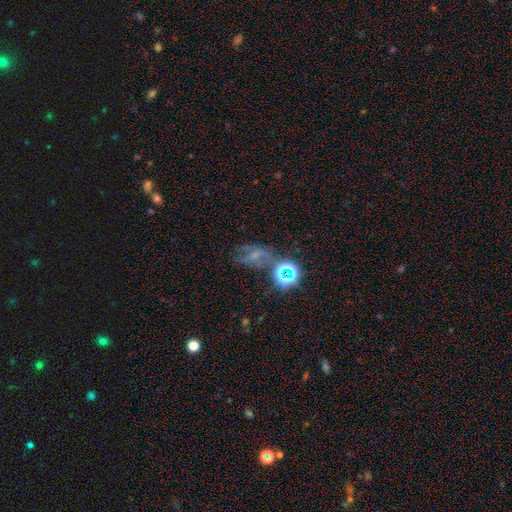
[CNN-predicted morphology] smooth-or-featured: star or artifact: 40% | featured or disk: 34% | smooth: 26%